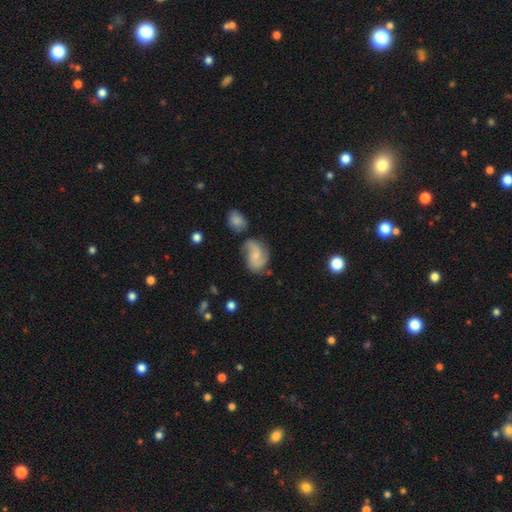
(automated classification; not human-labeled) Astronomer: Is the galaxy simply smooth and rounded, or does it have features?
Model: featured or disk — 64%.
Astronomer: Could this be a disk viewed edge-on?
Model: no — 97%.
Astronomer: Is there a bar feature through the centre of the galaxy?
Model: no — 59% (runner-up: weak, 35%).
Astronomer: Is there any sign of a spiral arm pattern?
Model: yes — 91%.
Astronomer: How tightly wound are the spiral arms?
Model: loose — 44% (runner-up: medium, 41%).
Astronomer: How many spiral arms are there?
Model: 2 — 78%.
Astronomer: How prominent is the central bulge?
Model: small — 52% (runner-up: moderate, 28%).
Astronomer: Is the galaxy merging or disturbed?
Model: none — 55%.